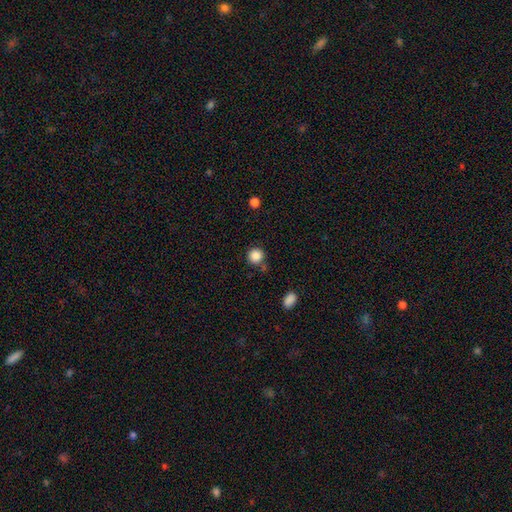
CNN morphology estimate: Smooth or featured? Predicted: smooth (p=0.87). How rounded? Predicted: round (p=0.93). Merging? Predicted: none (p=0.80).